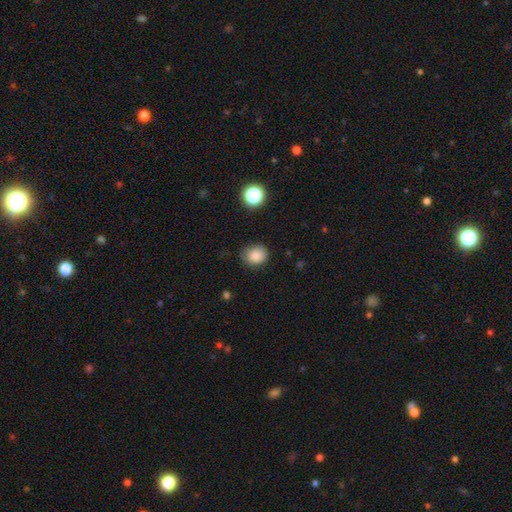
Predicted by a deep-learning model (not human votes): Smooth or featured?
  - smooth: 85% *
  - star or artifact: 11%
  - featured or disk: 5%
How rounded?
  - round: 66% *
  - in between: 33%
  - cigar-shaped: 1%
Merging?
  - none: 78% *
  - minor disturbance: 17%
  - major disturbance: 3%
  - merger: 2%